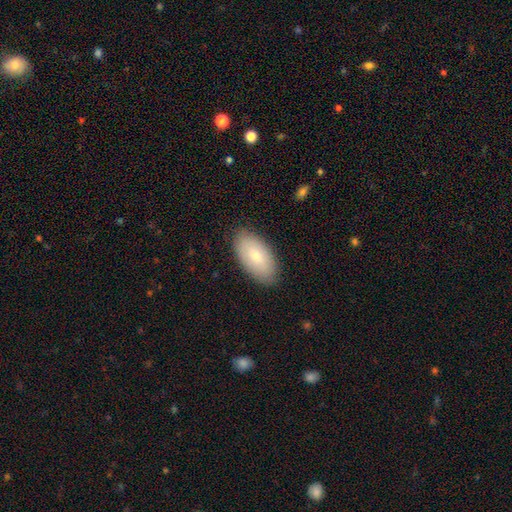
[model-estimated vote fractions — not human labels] Smooth or featured? Predicted: smooth (p=0.76). How rounded? Predicted: in between (p=0.95). Merging? Predicted: none (p=0.86).